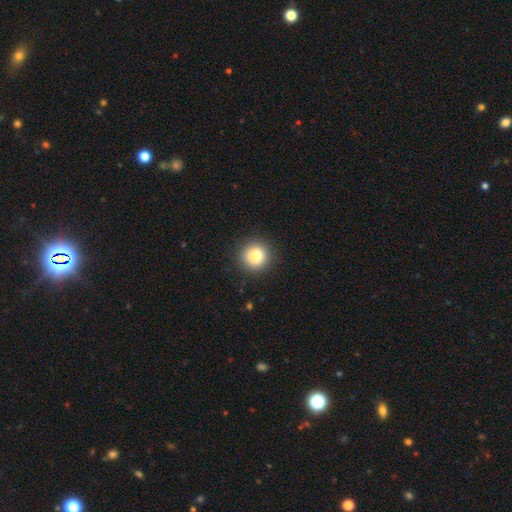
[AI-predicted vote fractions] smooth 82%, star or artifact 11%, featured or disk 7%. Down the decision tree: how rounded — round (94%); merging — none (91%).